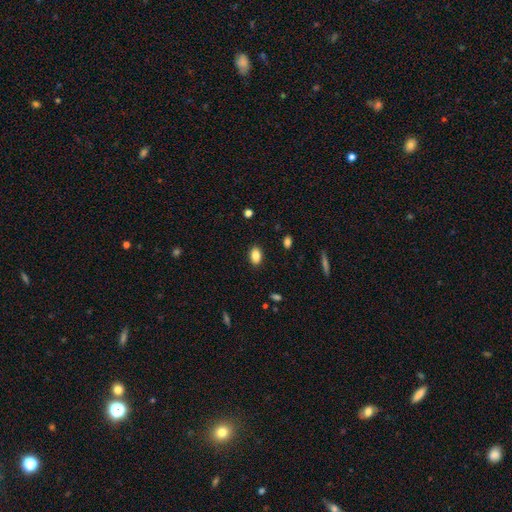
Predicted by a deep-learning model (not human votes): A smooth galaxy with no disk features (87%) that is in between round and cigar-shaped (87%).

Vote fractions:
- Smooth or featured? smooth: 87% / star or artifact: 8% / featured or disk: 5%
- How rounded? in between: 87% / round: 11% / cigar-shaped: 2%
- Merging? none: 89% / minor disturbance: 8% / major disturbance: 2% / merger: 1%